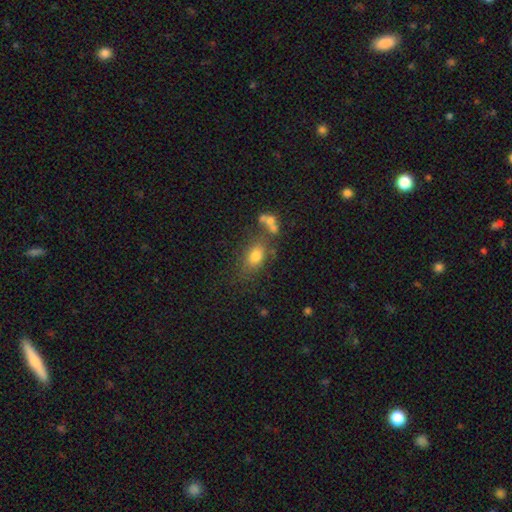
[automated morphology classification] type=smooth (75%); roundness=in between (81%); merging=none (61%).